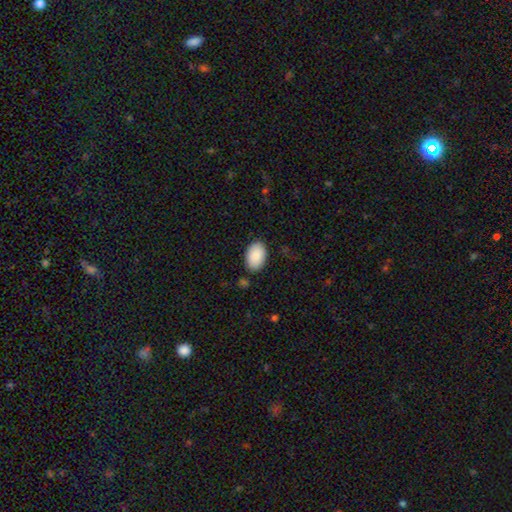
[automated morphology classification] Smooth or featured: smooth — 91% (star or artifact — 6%)
How rounded: in between — 92% (round — 7%)
Merging: none — 85% (minor disturbance — 11%)